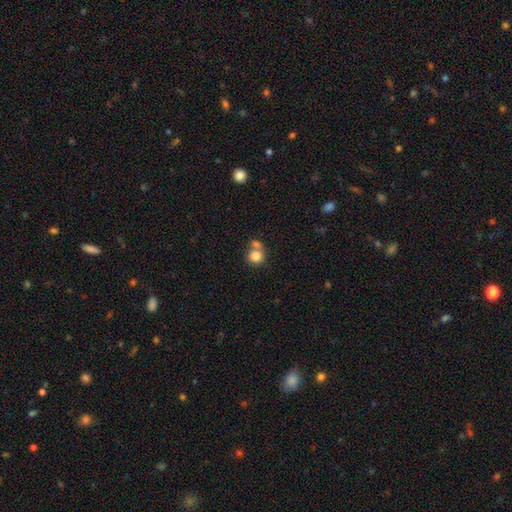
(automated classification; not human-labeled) Q: Smooth or featured?
A: smooth (81%); runner-up: star or artifact (10%)
Q: How rounded?
A: round (84%); runner-up: in between (15%)
Q: Merging?
A: none (44%); runner-up: merger (43%)